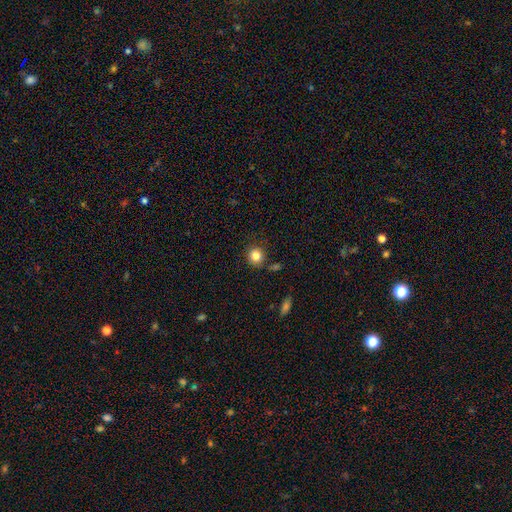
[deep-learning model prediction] smooth 84%, star or artifact 11%, featured or disk 6%. Down the decision tree: how rounded — round (88%); merging — none (80%).